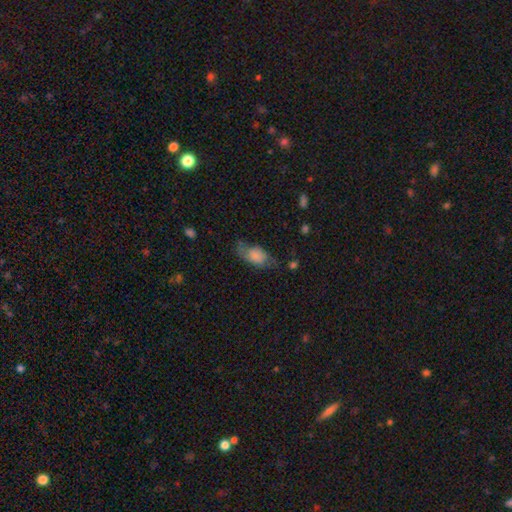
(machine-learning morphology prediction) smooth_or_featured: smooth (p=0.59) [alt: featured or disk p=0.33]
how_rounded: in between (p=0.88) [alt: round p=0.09]
merging: none (p=0.47) [alt: minor disturbance p=0.29]